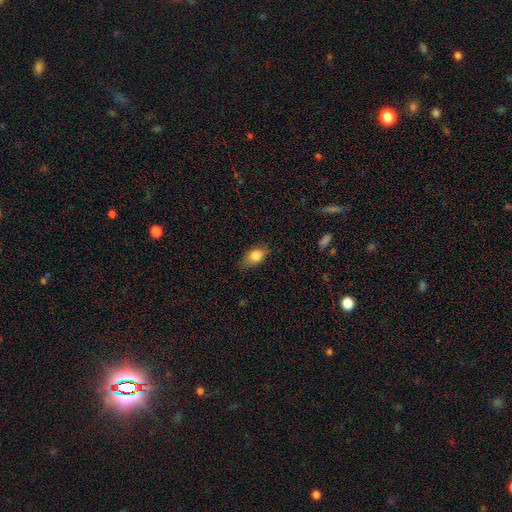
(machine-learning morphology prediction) smooth 82%, featured or disk 11%, star or artifact 8%. Down the decision tree: how rounded — in between (80%); merging — none (76%).